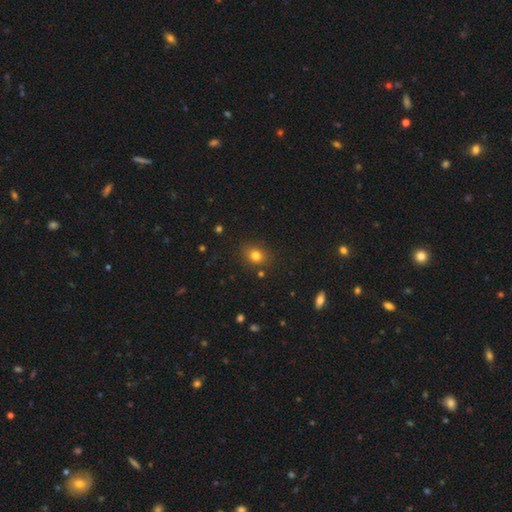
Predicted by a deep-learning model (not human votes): smooth-or-featured: smooth: 79% | star or artifact: 14% | featured or disk: 8%
  how-rounded: round: 61% | in between: 38% | cigar-shaped: 1%
  merging: none: 83% | minor disturbance: 11% | major disturbance: 3% | merger: 3%